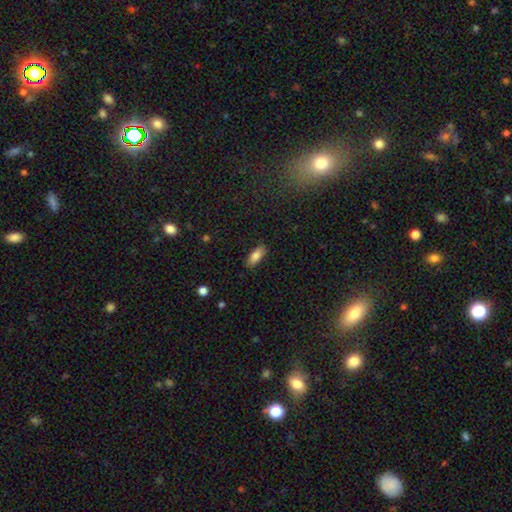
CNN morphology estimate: Smooth or featured: smooth — 83% (featured or disk — 10%)
How rounded: in between — 83% (cigar-shaped — 15%)
Merging: none — 86% (minor disturbance — 11%)